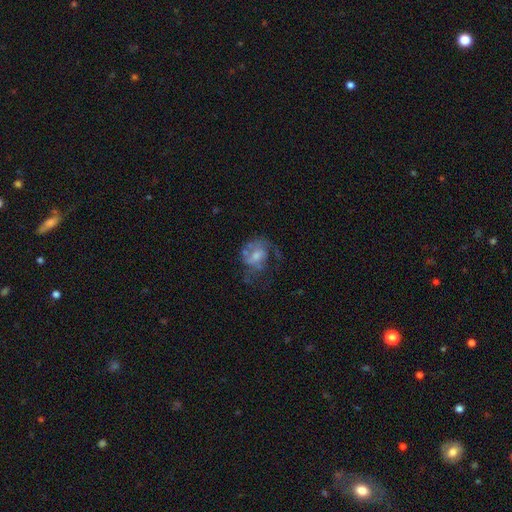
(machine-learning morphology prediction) A featured or disk galaxy (59%) with no bar (67%), spiral arms (60%) and a moderate central bulge (42%).

Vote fractions:
- Smooth or featured? featured or disk: 59% / smooth: 31% / star or artifact: 10%
- Edge-on disk? no: 97% / yes: 3%
- Bar? no: 67% / weak: 28% / strong: 5%
- Spiral arms? yes: 60% / no: 40%
- Bulge size? moderate: 42% / small: 37% / none: 13% / large: 7% / dominant: 2%
- Merging? major disturbance: 39% / none: 33% / minor disturbance: 21% / merger: 6%